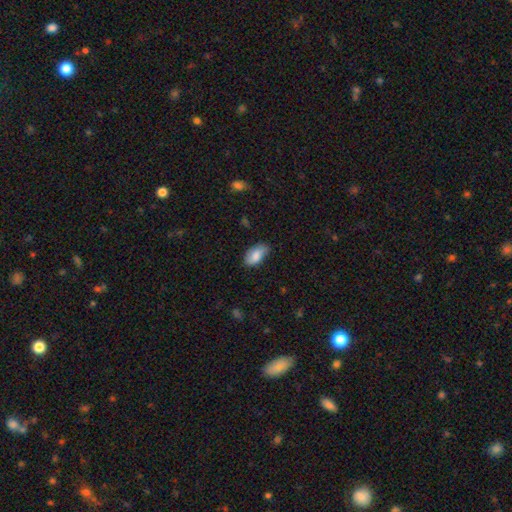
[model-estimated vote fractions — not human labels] A smooth galaxy with no disk features (82%) that is in between round and cigar-shaped (93%). Merging: none (68%).